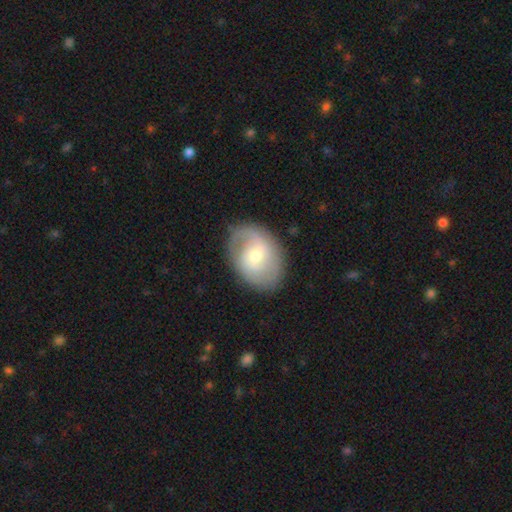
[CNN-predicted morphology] Q: Smooth or featured?
A: featured or disk (63%); runner-up: smooth (30%)
Q: Edge-on disk?
A: no (96%); runner-up: yes (4%)
Q: Bar?
A: weak (45%); runner-up: no (44%)
Q: Spiral arms?
A: yes (80%); runner-up: no (20%)
Q: Bulge size?
A: small (47%); tied with: moderate (47%)
Q: Merging?
A: none (79%); runner-up: minor disturbance (14%)